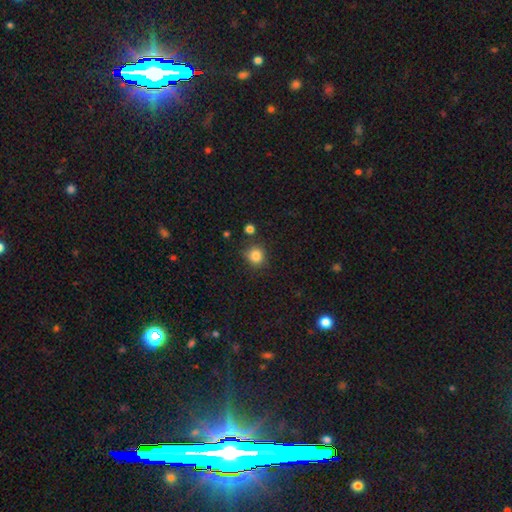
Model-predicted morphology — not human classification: A smooth galaxy with no disk features (83%) that is round (84%). Merging: none (76%).